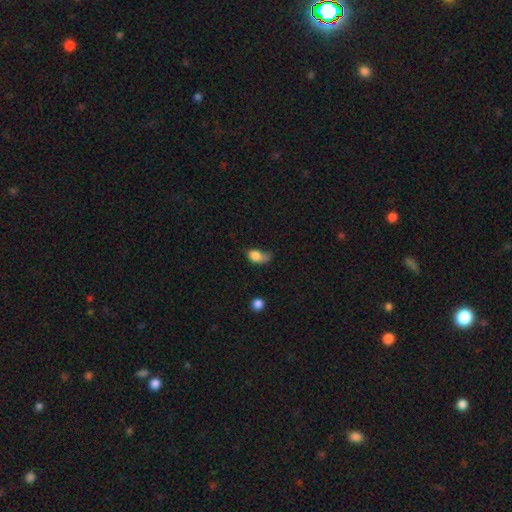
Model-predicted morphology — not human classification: Smooth or featured? Predicted: smooth (p=0.78). How rounded? Predicted: in between (p=0.76). Merging? Predicted: major disturbance (p=0.35).